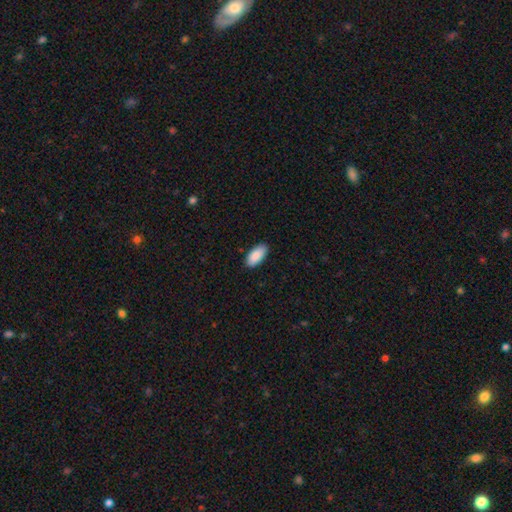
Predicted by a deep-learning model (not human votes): This appears to be a smooth galaxy with no disk features (89%) that is in between round and cigar-shaped (93%). Merging: none (88%).